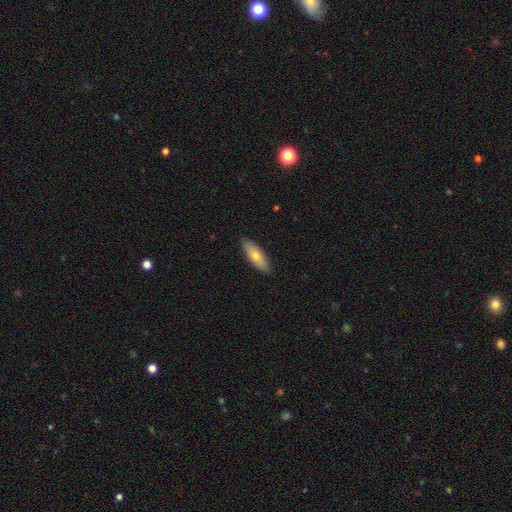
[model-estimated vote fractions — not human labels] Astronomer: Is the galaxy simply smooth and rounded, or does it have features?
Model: smooth — 68%.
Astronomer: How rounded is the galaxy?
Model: in between — 58% (runner-up: cigar-shaped, 40%).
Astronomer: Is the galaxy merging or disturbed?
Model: none — 89%.